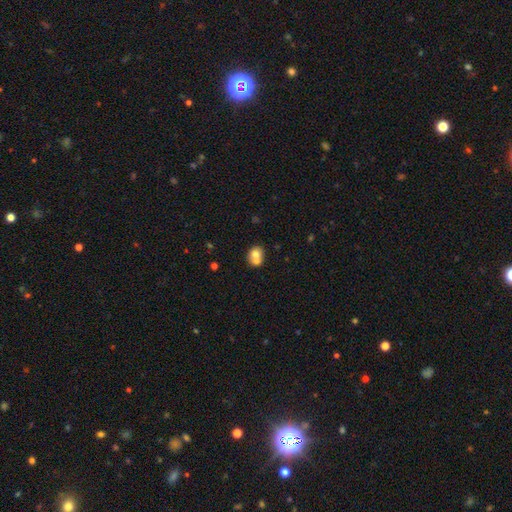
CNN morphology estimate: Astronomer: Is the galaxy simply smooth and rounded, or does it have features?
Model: smooth — 69%.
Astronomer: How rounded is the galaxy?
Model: round — 67%.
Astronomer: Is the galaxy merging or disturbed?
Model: merger — 57% (runner-up: none, 32%).